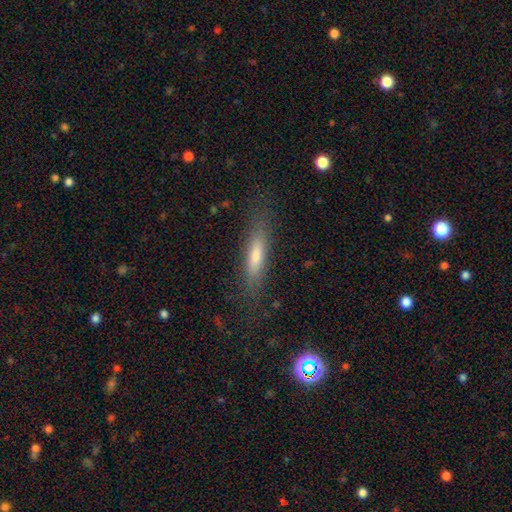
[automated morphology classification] The model was most divided on "smooth or featured": smooth: 63%, featured or disk: 29%, star or artifact: 8%. More confident: merging — none (81%); how rounded — cigar-shaped (80%).